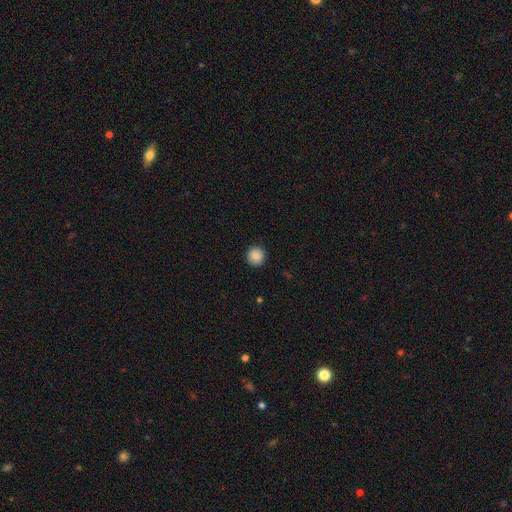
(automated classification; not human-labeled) Smooth or featured?
  - smooth: 89% *
  - star or artifact: 9%
  - featured or disk: 3%
How rounded?
  - round: 94% *
  - in between: 5%
  - cigar-shaped: 1%
Merging?
  - none: 91% *
  - minor disturbance: 6%
  - major disturbance: 2%
  - merger: 1%